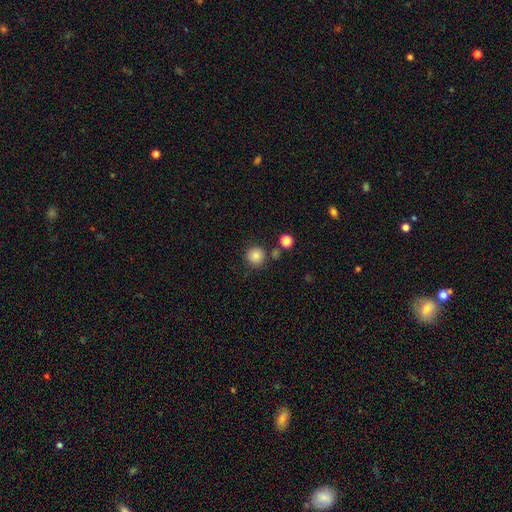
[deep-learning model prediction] The model was most divided on "smooth or featured": smooth: 85%, star or artifact: 11%, featured or disk: 5%. More confident: how rounded — round (94%); merging — none (83%).